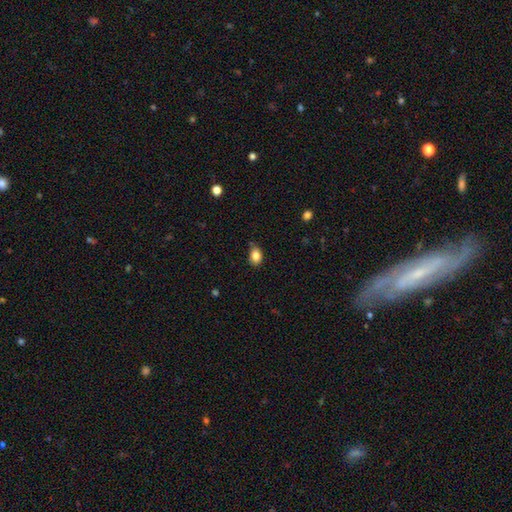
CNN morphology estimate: The model was most divided on "how rounded": in between: 77%, round: 21%, cigar-shaped: 1%. More confident: smooth or featured — smooth (85%); merging — none (79%).